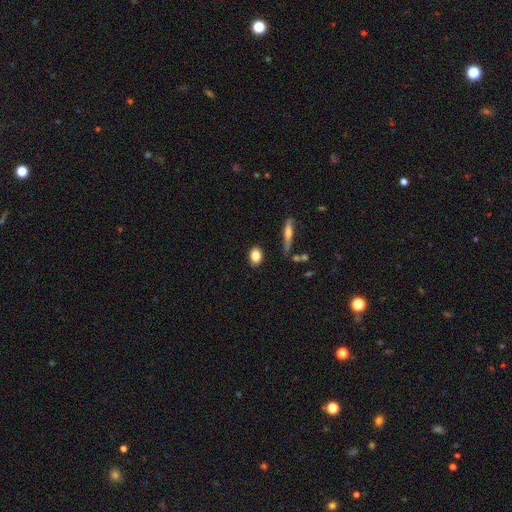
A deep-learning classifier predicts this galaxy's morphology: The model was most divided on "how rounded": in between: 64%, round: 32%, cigar-shaped: 4%. More confident: smooth or featured — smooth (85%); merging — none (84%).